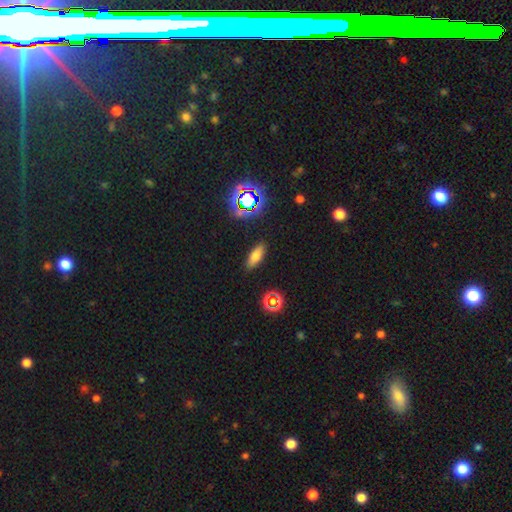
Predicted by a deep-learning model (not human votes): Overall: smooth (73%). How rounded: in between (68%). Merging: none (87%).